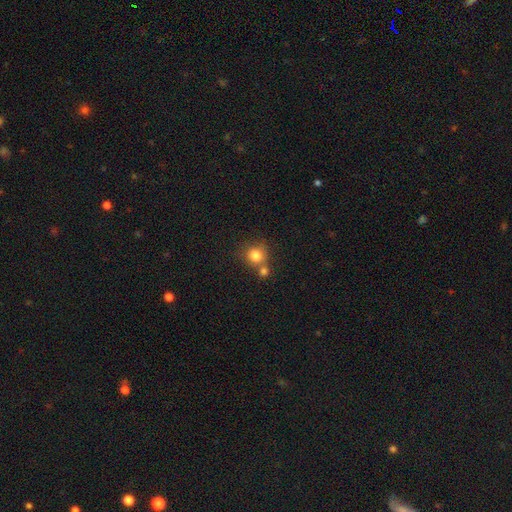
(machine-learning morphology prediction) smooth_or_featured: smooth (p=0.81) [alt: star or artifact p=0.11]
how_rounded: round (p=0.88) [alt: in between p=0.12]
merging: none (p=0.55) [alt: merger p=0.32]